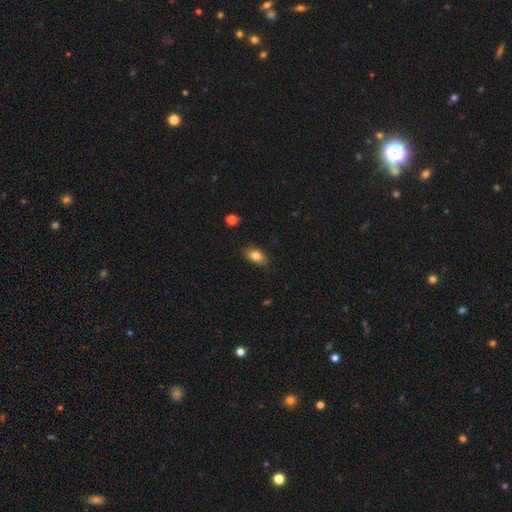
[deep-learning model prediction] Smooth or featured? Predicted: smooth (p=0.81). How rounded? Predicted: in between (p=0.86). Merging? Predicted: none (p=0.80).